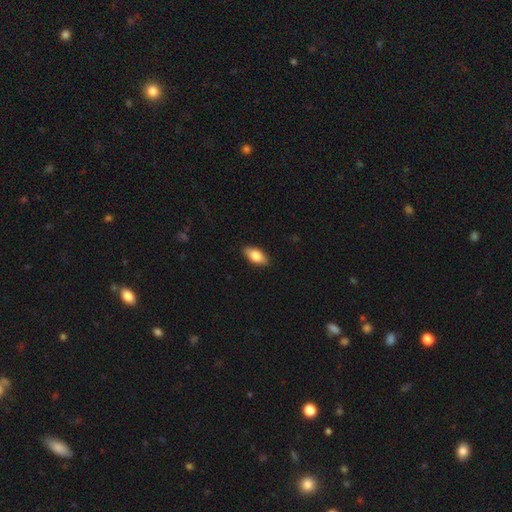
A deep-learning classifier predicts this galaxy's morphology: This is clearly a smooth galaxy (82%). How rounded: clearly in between (90%). Merging: clearly none (88%).